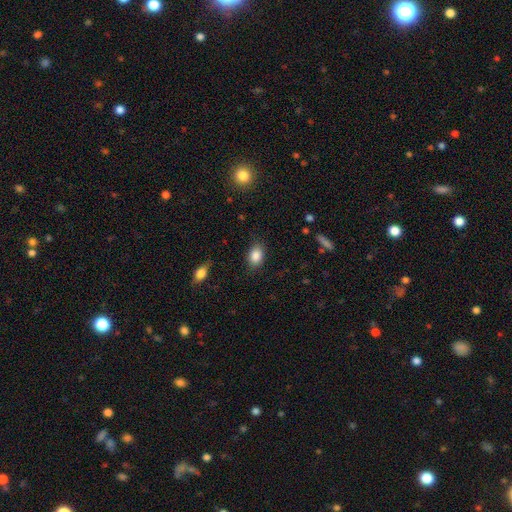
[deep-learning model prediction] Morphology: type=smooth (86%); roundness=in between (77%); merging=none (81%).